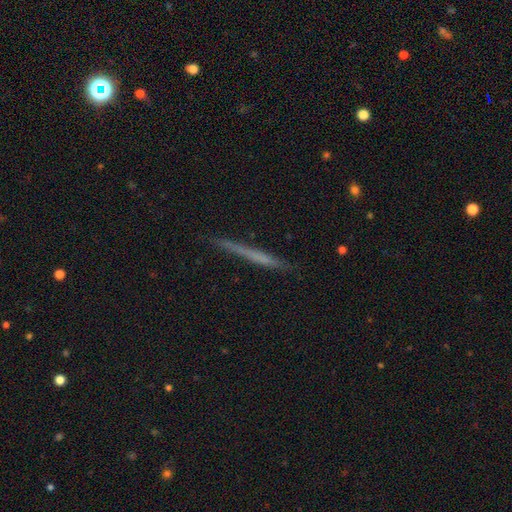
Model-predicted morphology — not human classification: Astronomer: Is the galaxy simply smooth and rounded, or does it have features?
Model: featured or disk — 47% (runner-up: smooth, 45%).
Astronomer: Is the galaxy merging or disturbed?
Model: none — 86%.